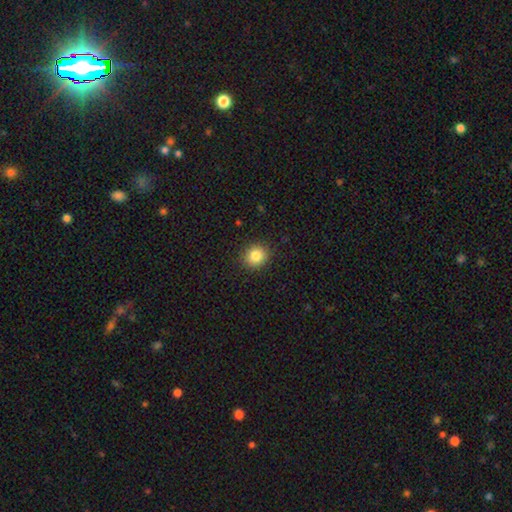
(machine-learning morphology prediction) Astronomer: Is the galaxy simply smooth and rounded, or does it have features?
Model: smooth — 85%.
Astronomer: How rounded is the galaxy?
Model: round — 80%.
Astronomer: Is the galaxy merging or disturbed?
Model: none — 90%.